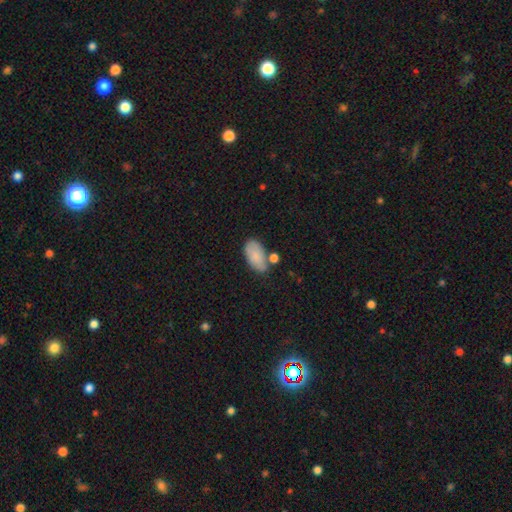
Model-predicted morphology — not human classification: A smooth galaxy with no disk features (82%) that is in between round and cigar-shaped (94%). Merging: none (59%).